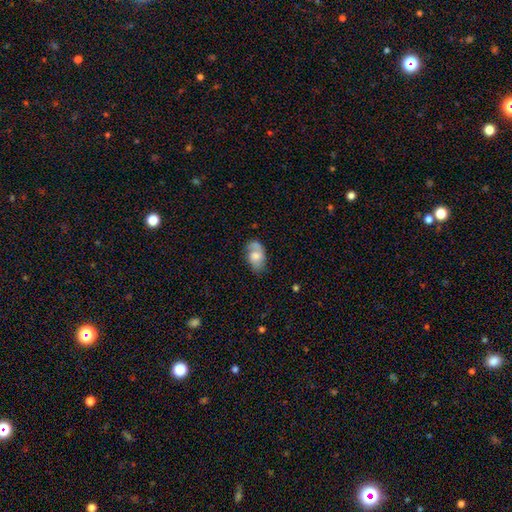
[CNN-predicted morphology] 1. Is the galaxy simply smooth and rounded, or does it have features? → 47% smooth, 46% featured or disk, 8% star or artifact.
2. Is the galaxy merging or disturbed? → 58% none, 26% minor disturbance, 13% major disturbance, 3% merger.